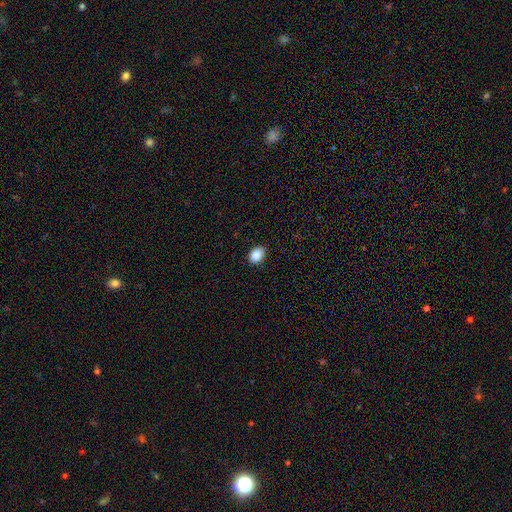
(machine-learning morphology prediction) Smooth or featured?
  - smooth: 87% *
  - star or artifact: 8%
  - featured or disk: 4%
How rounded?
  - in between: 76% *
  - round: 23%
  - cigar-shaped: 1%
Merging?
  - none: 85% *
  - minor disturbance: 12%
  - major disturbance: 2%
  - merger: 1%